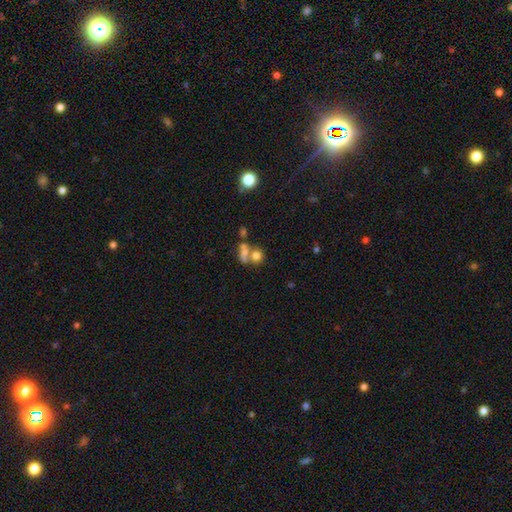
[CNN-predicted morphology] This appears to be a smooth galaxy with no disk features (70%) that is round (69%). Merging: merger (51%).